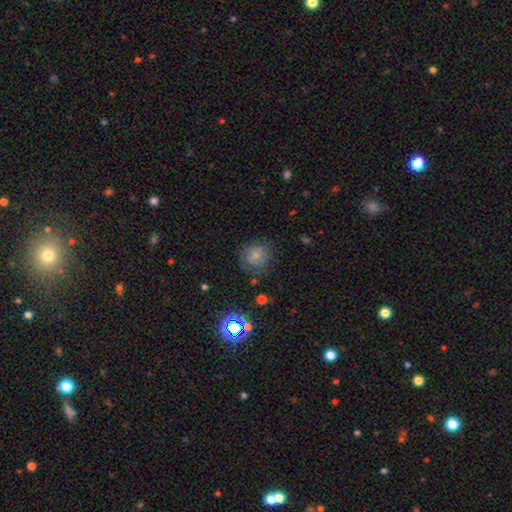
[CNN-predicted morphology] Q: Smooth or featured?
A: smooth (71%); runner-up: featured or disk (16%)
Q: How rounded?
A: round (86%); runner-up: in between (13%)
Q: Merging?
A: none (68%); runner-up: minor disturbance (21%)